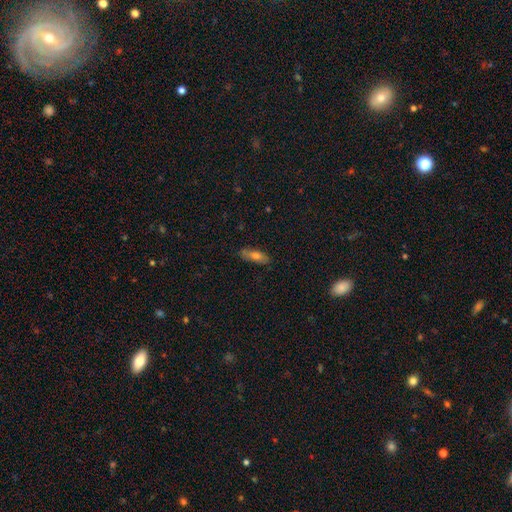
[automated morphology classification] Smooth or featured? Predicted: smooth (p=0.67). How rounded? Predicted: in between (p=0.57). Merging? Predicted: none (p=0.83).